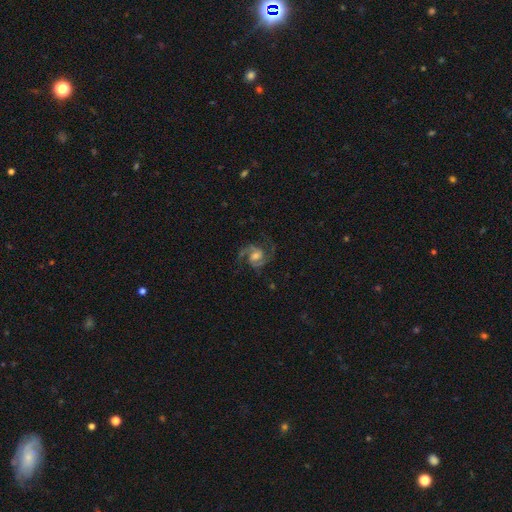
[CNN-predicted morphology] This is clearly a featured or disk galaxy (90%). It is clearly not viewed edge-on (98%). Bar: possibly weak (46%). Spiral arm pattern: clearly yes (98%). Spiral arm count: clearly 2 (89%). Spiral winding: likely medium (61%). Central bulge: possibly moderate (54%). Merging: likely none (75%).